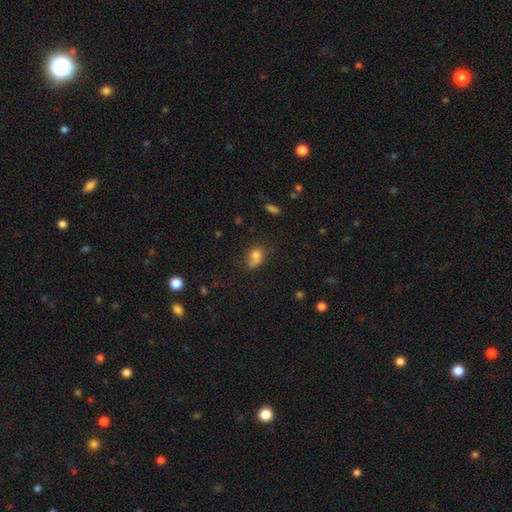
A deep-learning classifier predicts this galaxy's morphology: smooth 72%, featured or disk 15%, star or artifact 13%. Down the decision tree: how rounded — in between (55%); merging — none (38%).